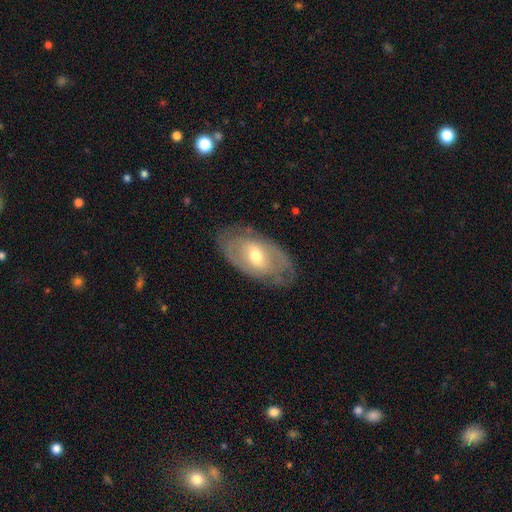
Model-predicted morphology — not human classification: This appears to be a featured or disk galaxy (66%) with no bar (43%), spiral arms (66%) and a moderate central bulge (62%). Merging: none (74%).